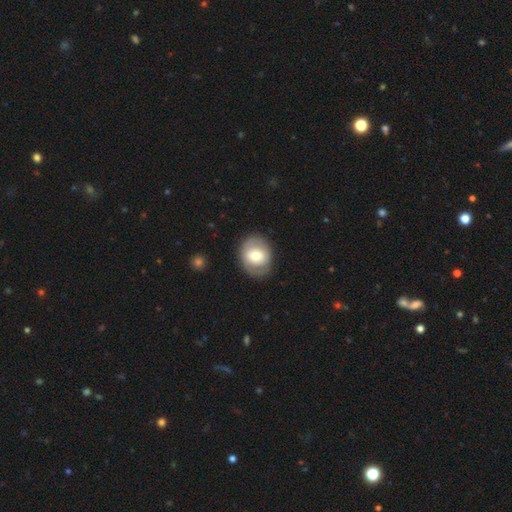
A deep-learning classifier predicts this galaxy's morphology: smooth-or-featured: smooth: 55% | featured or disk: 38% | star or artifact: 6%
  how-rounded: round: 57% | in between: 42% | cigar-shaped: 1%
  merging: none: 81% | minor disturbance: 13% | major disturbance: 5% | merger: 1%